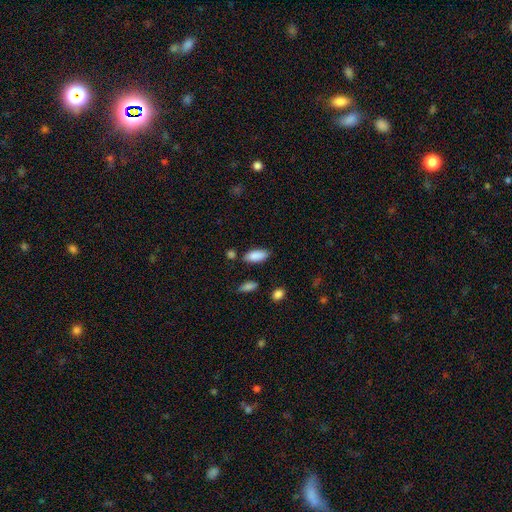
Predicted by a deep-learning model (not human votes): smooth_or_featured: smooth (p=0.88) [alt: star or artifact p=0.07]
how_rounded: in between (p=0.85) [alt: cigar-shaped p=0.13]
merging: none (p=0.79) [alt: minor disturbance p=0.13]